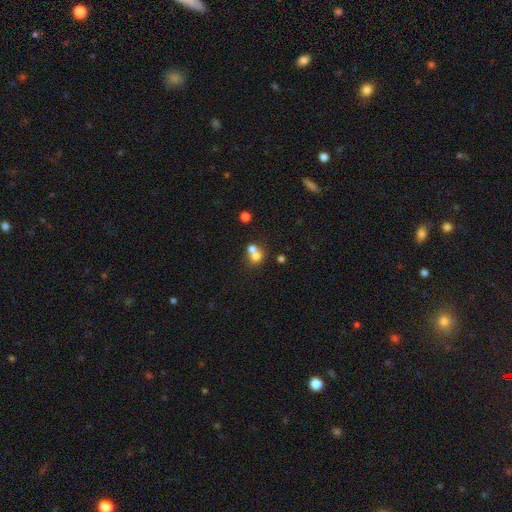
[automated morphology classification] A smooth galaxy with no disk features (71%) that is round (76%).

Vote fractions:
- Smooth or featured? smooth: 71% / featured or disk: 16% / star or artifact: 13%
- How rounded? round: 76% / in between: 23% / cigar-shaped: 1%
- Merging? merger: 59% / none: 32% / minor disturbance: 6% / major disturbance: 3%